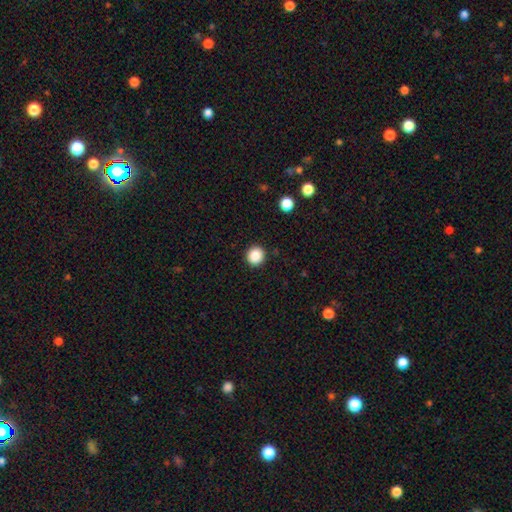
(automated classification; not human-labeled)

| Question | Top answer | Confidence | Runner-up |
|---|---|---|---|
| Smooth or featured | smooth | 87% | star or artifact (10%) |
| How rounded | round | 92% | in between (7%) |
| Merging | none | 92% | minor disturbance (5%) |